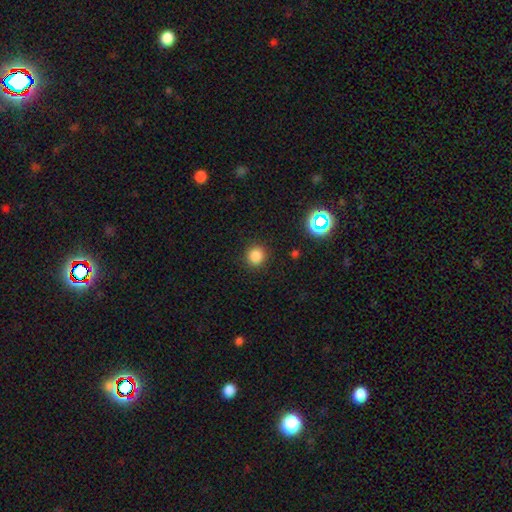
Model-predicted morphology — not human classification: smooth 83%, star or artifact 13%, featured or disk 4%. Down the decision tree: how rounded — round (89%); merging — none (89%).